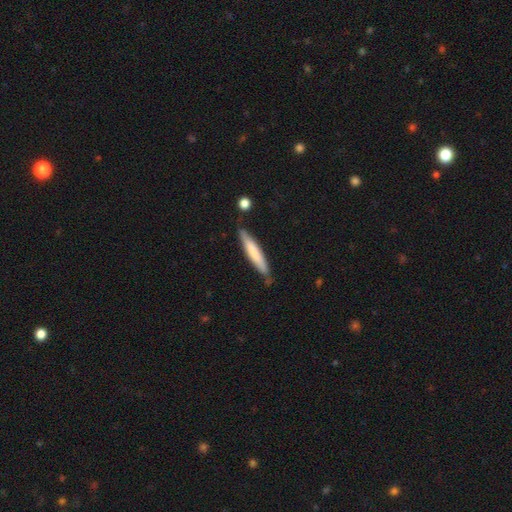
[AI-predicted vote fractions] smooth 68%, featured or disk 27%, star or artifact 5%. Down the decision tree: how rounded — cigar-shaped (91%); merging — none (78%).